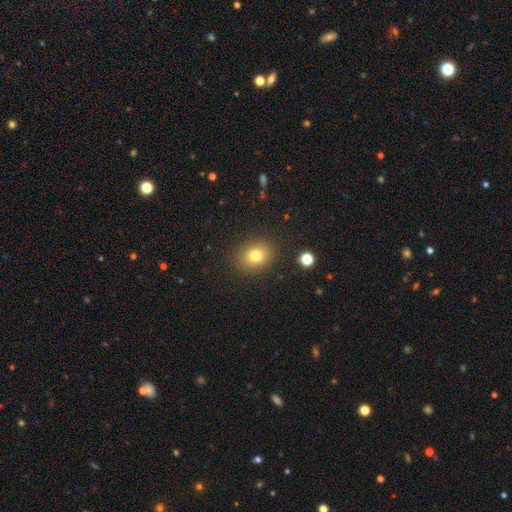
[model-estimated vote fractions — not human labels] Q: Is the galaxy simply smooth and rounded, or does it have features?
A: smooth — 78%.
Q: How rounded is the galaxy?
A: round — 53%.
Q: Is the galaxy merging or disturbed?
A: none — 87%.